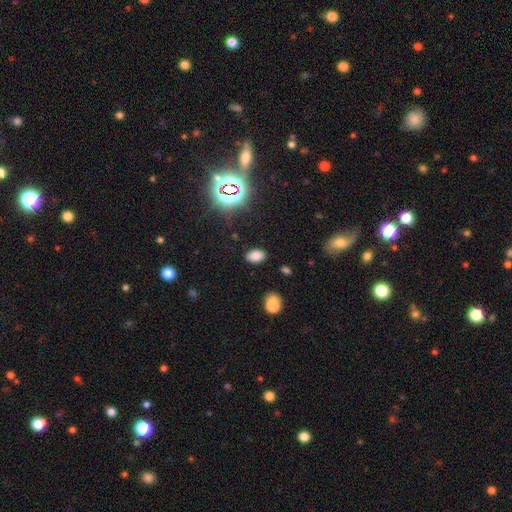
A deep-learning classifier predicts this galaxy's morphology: Q: Smooth or featured?
A: smooth (78%); runner-up: star or artifact (16%)
Q: How rounded?
A: in between (89%); runner-up: round (10%)
Q: Merging?
A: none (85%); runner-up: minor disturbance (10%)